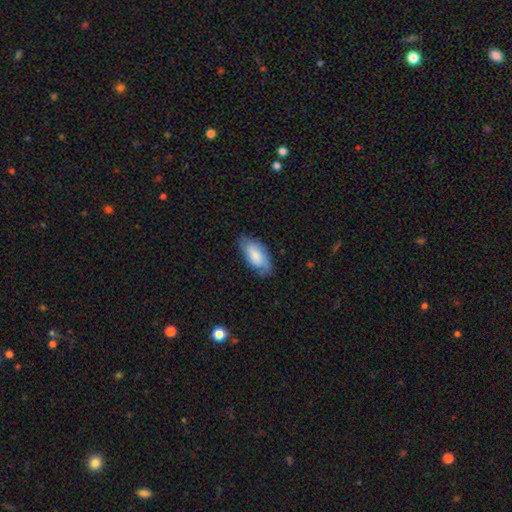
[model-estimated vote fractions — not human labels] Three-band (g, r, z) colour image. It shows a smooth galaxy with no disk features (73%) that is in between round and cigar-shaped (92%). Merging: none (71%).